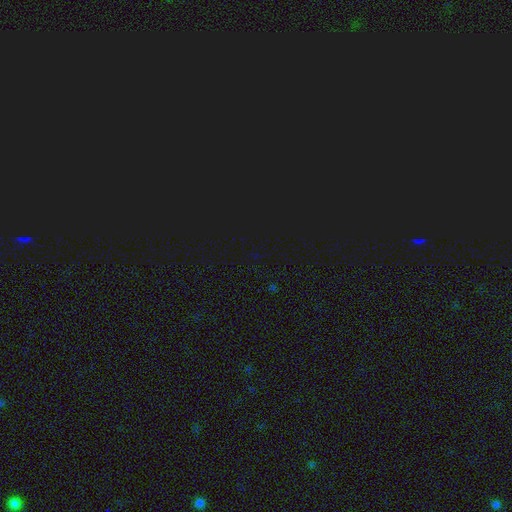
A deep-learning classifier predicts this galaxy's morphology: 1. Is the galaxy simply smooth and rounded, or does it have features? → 78% star or artifact, 16% smooth, 6% featured or disk.